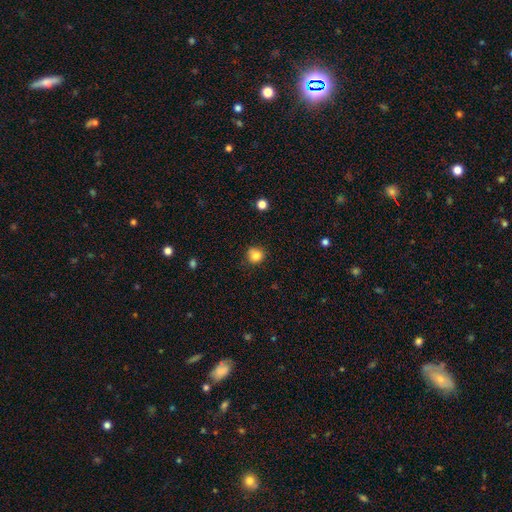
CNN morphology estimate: The model was most divided on "merging": none: 78%, minor disturbance: 16%, major disturbance: 3%, merger: 2%. More confident: how rounded — round (88%); smooth or featured — smooth (83%).